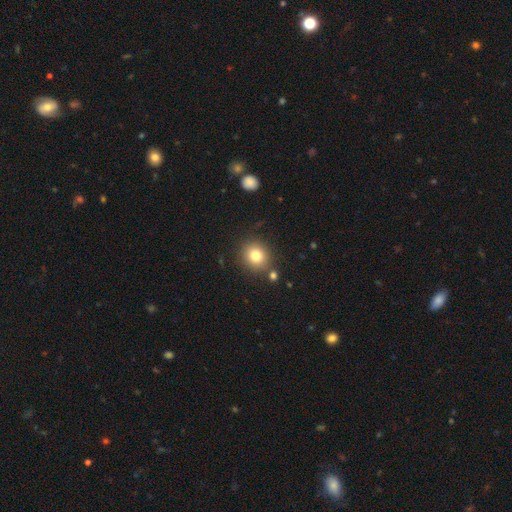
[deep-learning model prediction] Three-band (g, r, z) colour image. It shows a smooth galaxy with no disk features (80%) that is round (83%). Merging: none (82%).